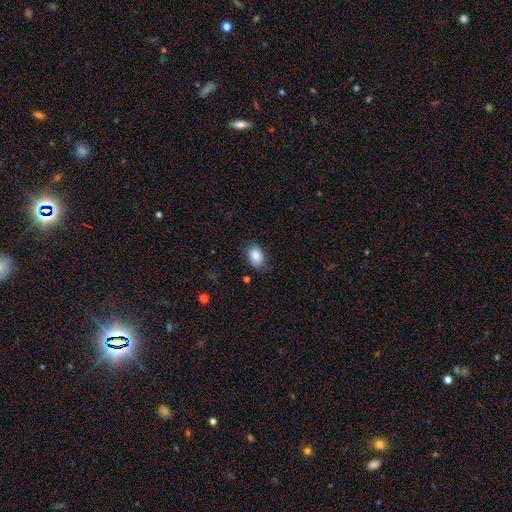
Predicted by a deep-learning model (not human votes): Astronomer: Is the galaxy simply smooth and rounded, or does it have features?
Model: smooth — 84%.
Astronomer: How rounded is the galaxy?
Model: in between — 81%.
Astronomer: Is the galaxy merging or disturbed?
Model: none — 77%.